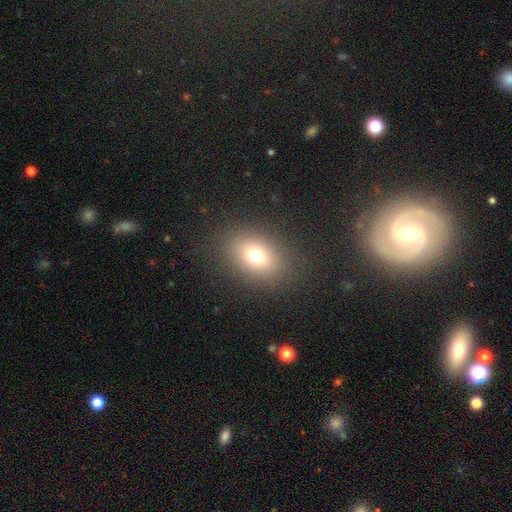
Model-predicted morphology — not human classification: Overall: smooth (72%). How rounded: in between (63%; round 36%). Merging: none (86%).